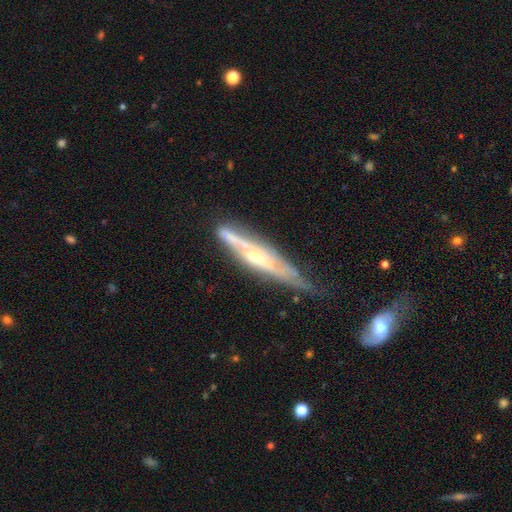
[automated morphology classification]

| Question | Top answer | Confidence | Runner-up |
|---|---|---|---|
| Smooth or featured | featured or disk | 77% | smooth (17%) |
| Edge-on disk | yes | 76% | no (24%) |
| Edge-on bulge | rounded | 68% | none (23%) |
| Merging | none | 48% | minor disturbance (34%) |